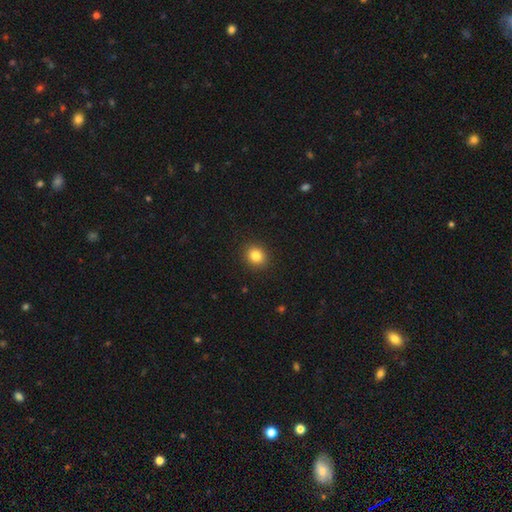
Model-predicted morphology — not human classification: smooth-or-featured: smooth: 84% | star or artifact: 11% | featured or disk: 6%
  how-rounded: round: 72% | in between: 27% | cigar-shaped: 1%
  merging: none: 91% | minor disturbance: 6% | major disturbance: 2% | merger: 1%